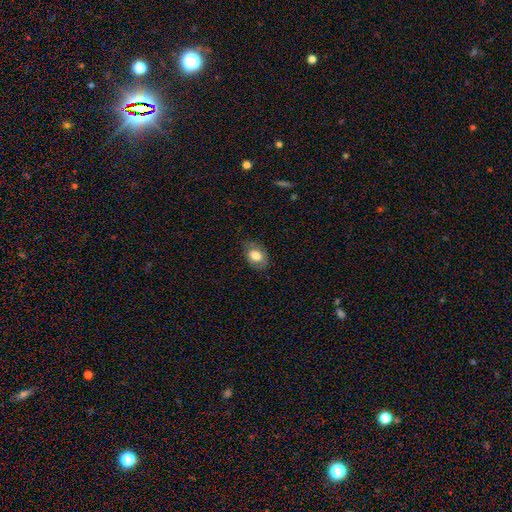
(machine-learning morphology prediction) Q: Smooth or featured?
A: smooth (78%); runner-up: featured or disk (15%)
Q: How rounded?
A: in between (73%); runner-up: round (26%)
Q: Merging?
A: none (72%); runner-up: minor disturbance (21%)